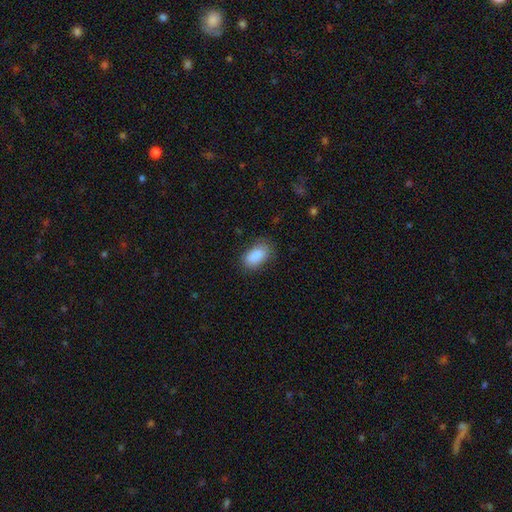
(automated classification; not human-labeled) Morphology: type=smooth (87%); roundness=in between (93%); merging=none (80%).